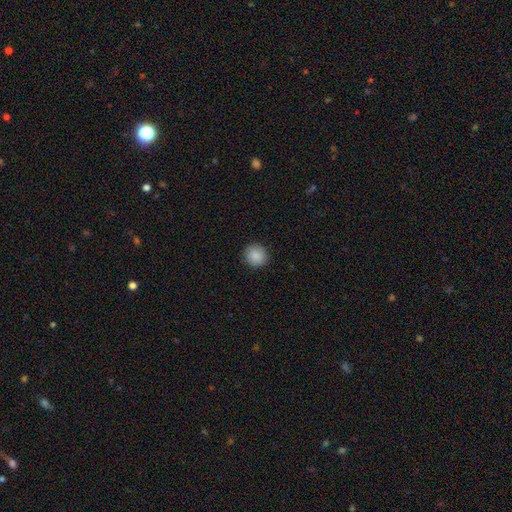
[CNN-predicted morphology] Smooth or featured: smooth — 88% (star or artifact — 8%)
How rounded: round — 91% (in between — 8%)
Merging: none — 91% (minor disturbance — 6%)